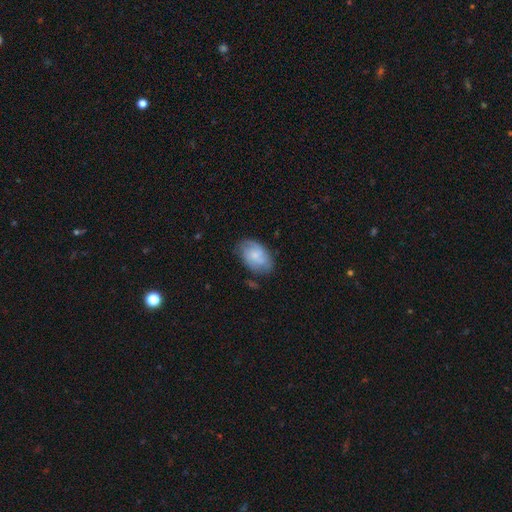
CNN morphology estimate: smooth-or-featured: smooth: 52% | featured or disk: 41% | star or artifact: 7%
  how-rounded: in between: 89% | round: 9% | cigar-shaped: 1%
  merging: none: 69% | minor disturbance: 23% | major disturbance: 6% | merger: 2%